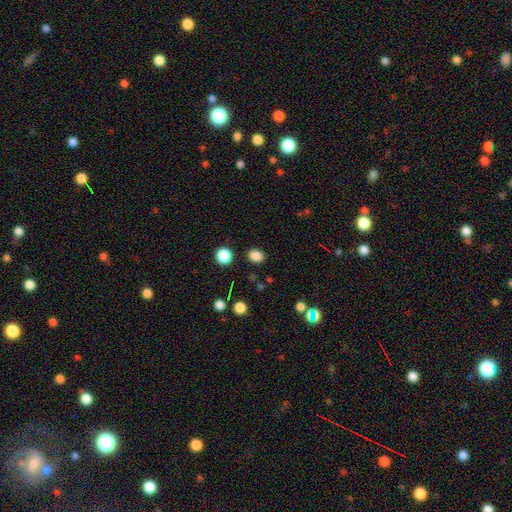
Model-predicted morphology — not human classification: Smooth or featured? Predicted: smooth (p=0.85). How rounded? Predicted: in between (p=0.57). Merging? Predicted: none (p=0.88).